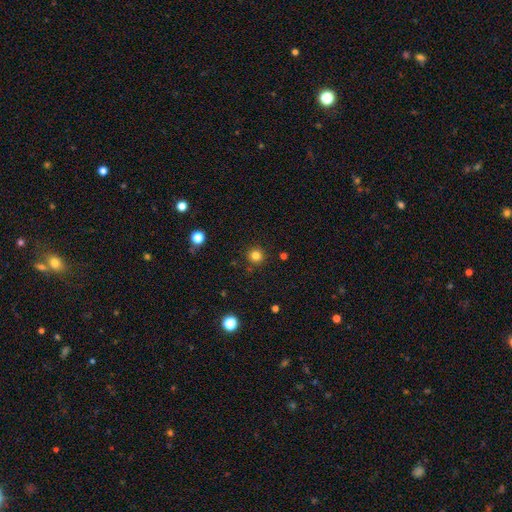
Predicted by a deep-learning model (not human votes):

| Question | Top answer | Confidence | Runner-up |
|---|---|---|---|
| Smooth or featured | smooth | 82% | star or artifact (13%) |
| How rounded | round | 95% | in between (4%) |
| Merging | none | 91% | minor disturbance (6%) |